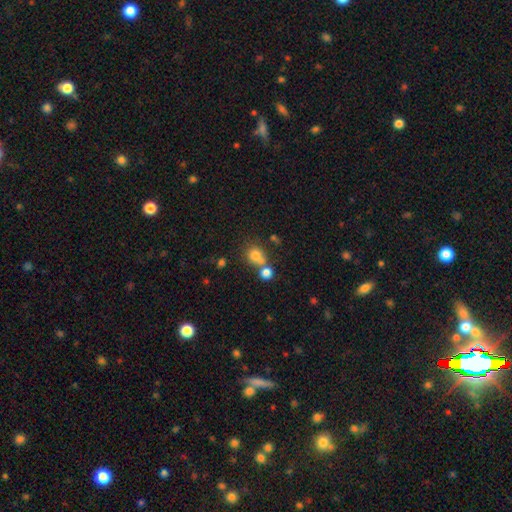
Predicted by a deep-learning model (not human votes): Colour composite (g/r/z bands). It shows a smooth galaxy with no disk features (76%) that is round (81%). Merging: none (47%).